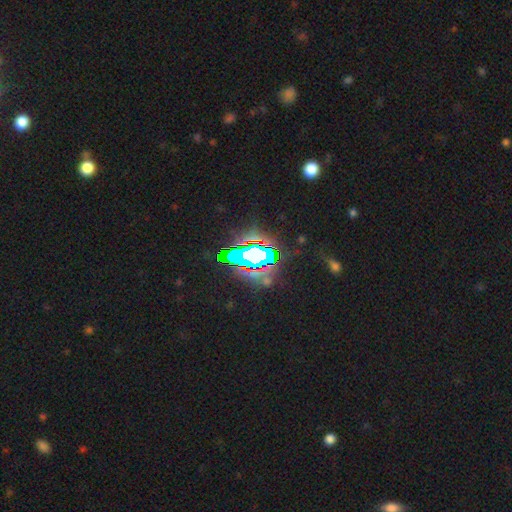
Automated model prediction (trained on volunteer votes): Smooth or featured: star or artifact — 64% (featured or disk — 19%)